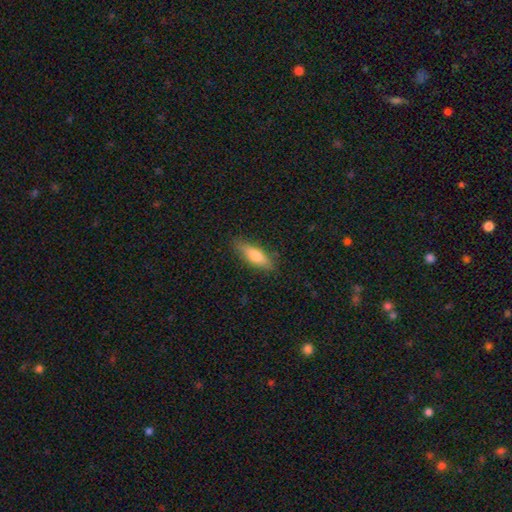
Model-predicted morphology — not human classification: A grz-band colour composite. It shows a smooth galaxy with no disk features (70%) that is cigar-shaped (50%). Merging: none (83%).